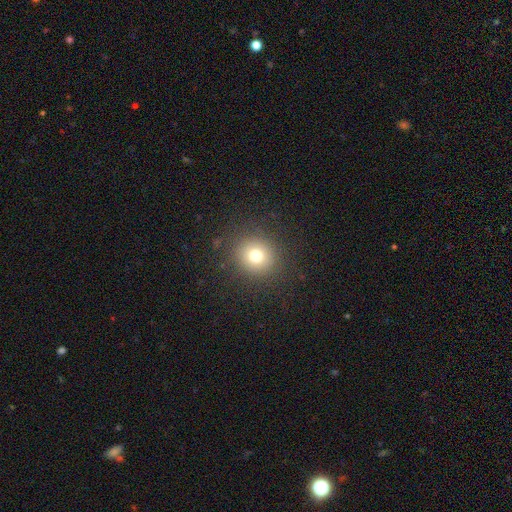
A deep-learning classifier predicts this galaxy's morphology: Q: Smooth or featured?
A: smooth (75%); runner-up: star or artifact (15%)
Q: How rounded?
A: round (89%); runner-up: in between (10%)
Q: Merging?
A: none (88%); runner-up: minor disturbance (7%)